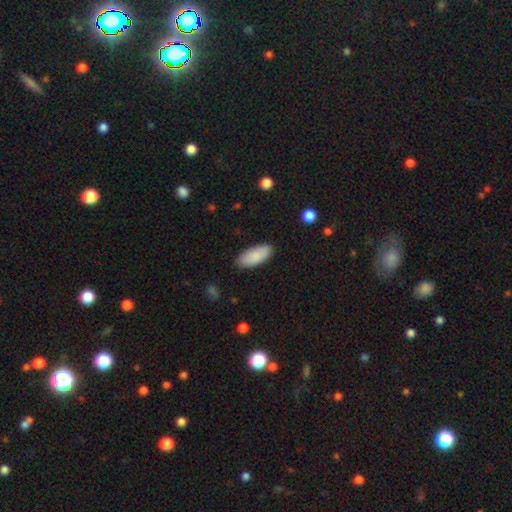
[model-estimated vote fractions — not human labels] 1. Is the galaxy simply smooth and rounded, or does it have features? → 89% smooth, 6% featured or disk, 5% star or artifact.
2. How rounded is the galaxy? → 87% in between, 11% cigar-shaped, 2% round.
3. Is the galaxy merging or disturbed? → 86% none, 11% minor disturbance, 2% major disturbance, 1% merger.